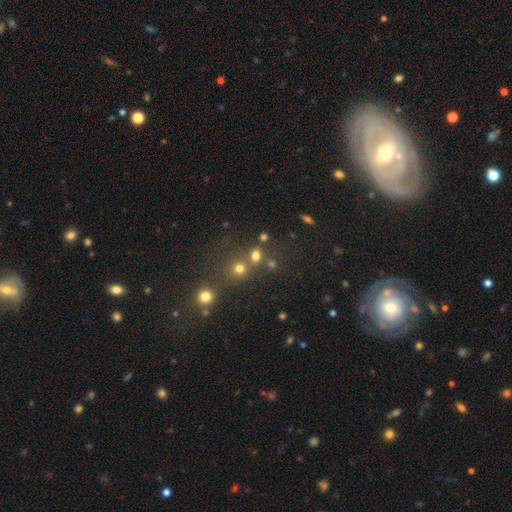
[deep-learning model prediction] A smooth galaxy with no disk features (71%) that is round (78%).

Vote fractions:
- Smooth or featured? smooth: 71% / star or artifact: 20% / featured or disk: 9%
- How rounded? round: 78% / in between: 20% / cigar-shaped: 1%
- Merging? none: 59% / merger: 29% / minor disturbance: 8% / major disturbance: 5%